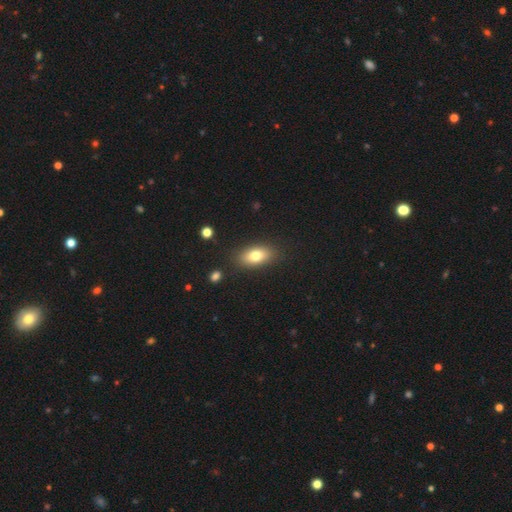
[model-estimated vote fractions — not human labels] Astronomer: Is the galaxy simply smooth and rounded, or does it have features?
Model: smooth — 77%.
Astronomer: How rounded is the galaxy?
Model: in between — 85%.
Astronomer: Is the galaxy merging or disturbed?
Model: none — 85%.